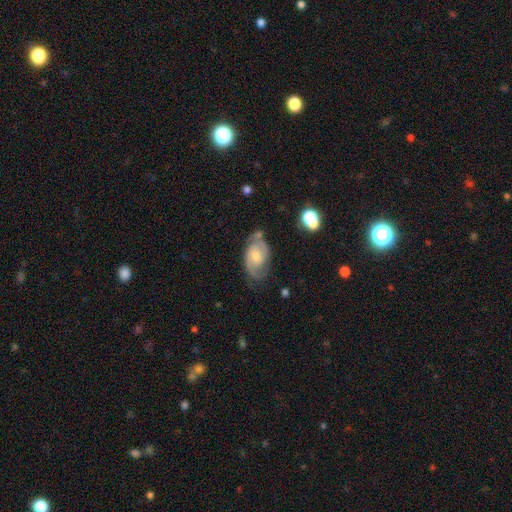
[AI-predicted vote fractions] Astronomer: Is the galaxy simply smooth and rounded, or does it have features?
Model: featured or disk — 76%.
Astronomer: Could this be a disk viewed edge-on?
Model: no — 96%.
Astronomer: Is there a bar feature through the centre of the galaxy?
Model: no — 50% (runner-up: weak, 43%).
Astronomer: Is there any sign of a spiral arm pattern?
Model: yes — 93%.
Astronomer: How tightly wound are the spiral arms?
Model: medium — 49% (runner-up: tight, 35%).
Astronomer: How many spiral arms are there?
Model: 2 — 81%.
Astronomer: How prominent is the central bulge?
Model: moderate — 48% (runner-up: small, 41%).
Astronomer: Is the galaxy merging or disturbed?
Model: none — 64%.